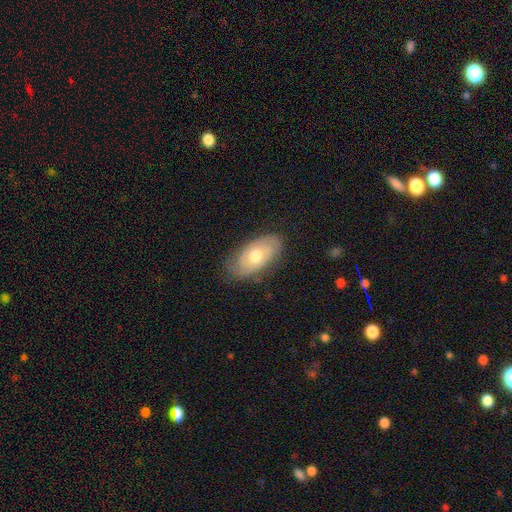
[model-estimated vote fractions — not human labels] Smooth or featured?
  - featured or disk: 54% *
  - smooth: 40%
  - star or artifact: 6%
Edge-on disk?
  - no: 89% *
  - yes: 11%
Merging?
  - none: 76% *
  - minor disturbance: 19%
  - major disturbance: 5%
  - merger: 1%